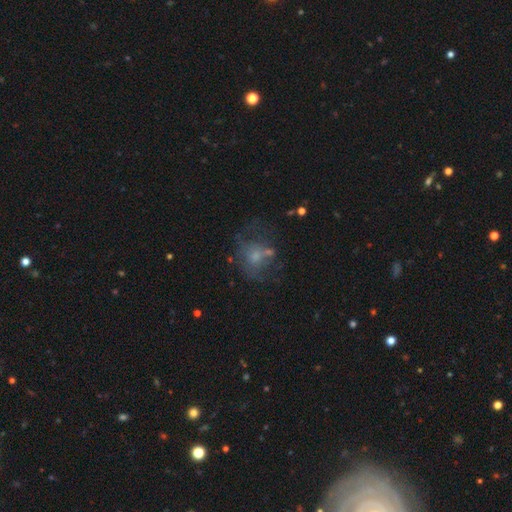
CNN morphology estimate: Smooth or featured?
  - smooth: 43% *
  - featured or disk: 41%
  - star or artifact: 16%
Merging?
  - none: 37% *
  - major disturbance: 32%
  - minor disturbance: 19%
  - merger: 12%